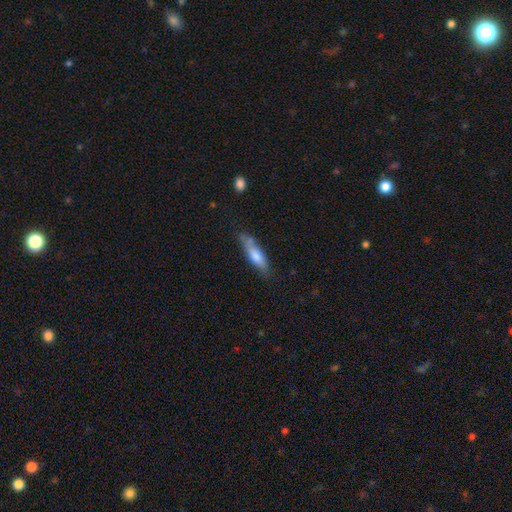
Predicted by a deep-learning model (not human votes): Smooth or featured? Predicted: smooth (p=0.72). How rounded? Predicted: cigar-shaped (p=0.67). Merging? Predicted: none (p=0.65).